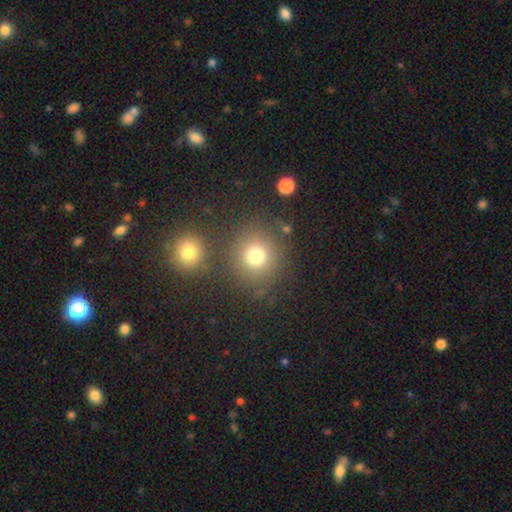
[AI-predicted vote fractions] Smooth or featured? Predicted: smooth (p=0.75). How rounded? Predicted: round (p=0.88). Merging? Predicted: none (p=0.77).